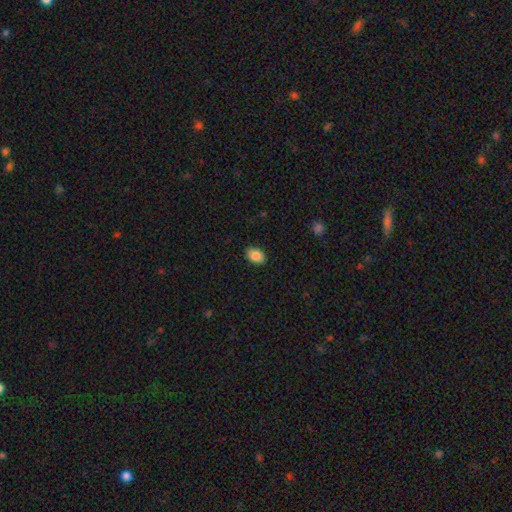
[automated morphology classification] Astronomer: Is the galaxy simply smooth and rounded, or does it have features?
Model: smooth — 86%.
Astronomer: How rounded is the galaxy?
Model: in between — 84%.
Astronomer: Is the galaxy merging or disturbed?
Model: none — 89%.